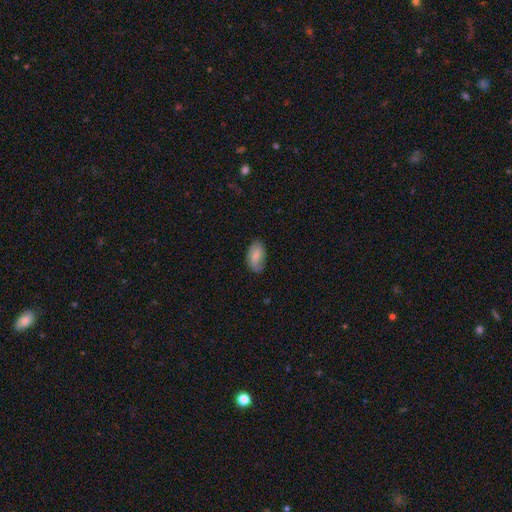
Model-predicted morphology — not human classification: Smooth or featured: smooth — 79% (featured or disk — 14%)
How rounded: in between — 94% (round — 4%)
Merging: none — 71% (minor disturbance — 22%)